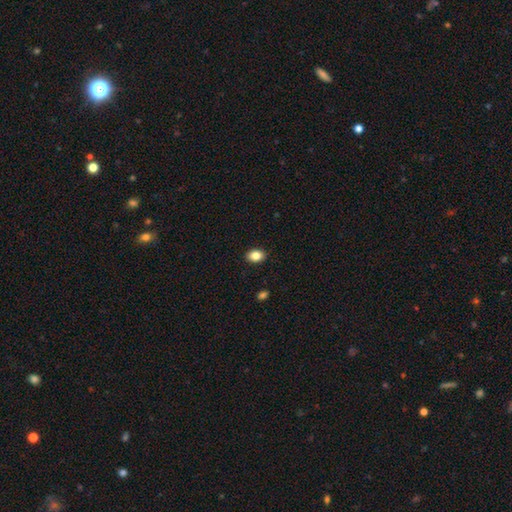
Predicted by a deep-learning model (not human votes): Smooth or featured?
  - smooth: 84% *
  - star or artifact: 9%
  - featured or disk: 7%
How rounded?
  - in between: 80% *
  - round: 19%
  - cigar-shaped: 1%
Merging?
  - none: 90% *
  - minor disturbance: 7%
  - major disturbance: 2%
  - merger: 1%